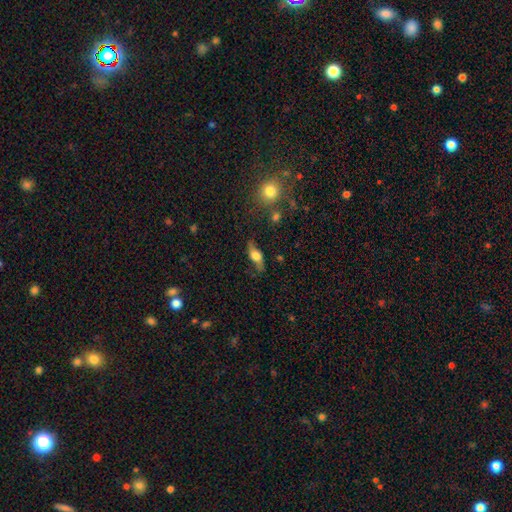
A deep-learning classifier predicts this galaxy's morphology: Q: Smooth or featured?
A: featured or disk (50%); runner-up: smooth (42%)
Q: Merging?
A: none (73%); runner-up: minor disturbance (18%)